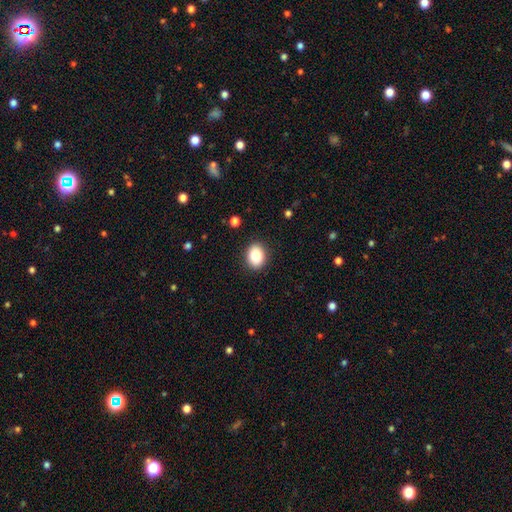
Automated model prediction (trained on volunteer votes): Smooth or featured? smooth (87%)
How rounded? in between (61%)
Merging? none (89%)